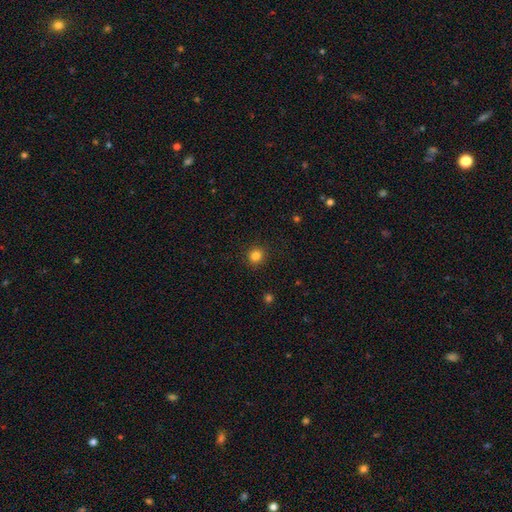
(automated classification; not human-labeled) smooth_or_featured: smooth (p=0.84) [alt: star or artifact p=0.12]
how_rounded: round (p=0.86) [alt: in between p=0.13]
merging: none (p=0.90) [alt: minor disturbance p=0.06]